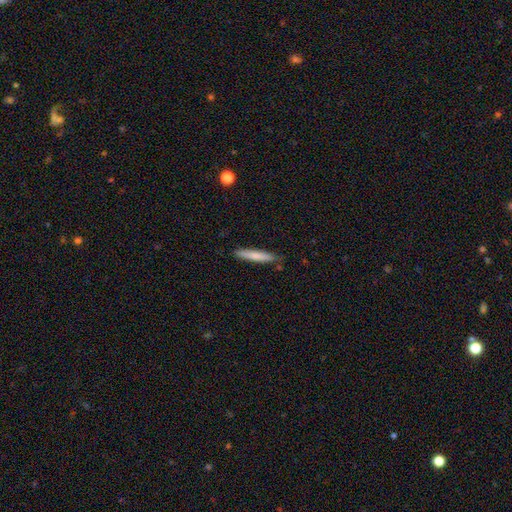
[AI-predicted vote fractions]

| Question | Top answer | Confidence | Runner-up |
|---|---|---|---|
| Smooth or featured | smooth | 76% | featured or disk (18%) |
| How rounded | cigar-shaped | 93% | in between (6%) |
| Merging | none | 85% | minor disturbance (11%) |